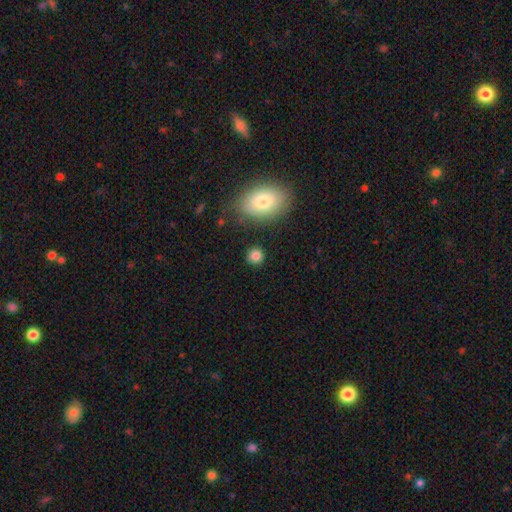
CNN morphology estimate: Smooth or featured?
  - smooth: 83% *
  - star or artifact: 11%
  - featured or disk: 6%
How rounded?
  - round: 88% *
  - in between: 11%
  - cigar-shaped: 1%
Merging?
  - none: 86% *
  - minor disturbance: 8%
  - merger: 3%
  - major disturbance: 3%